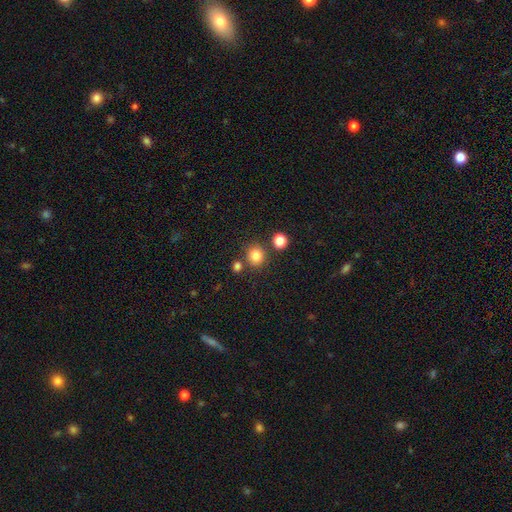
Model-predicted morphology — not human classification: This appears to be a smooth galaxy with no disk features (82%) that is round (88%). Merging: none (79%).